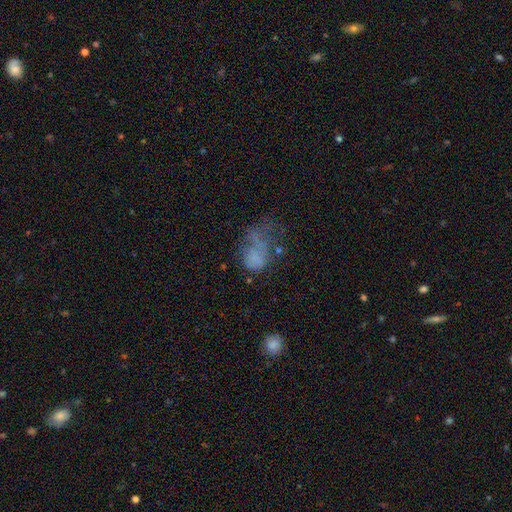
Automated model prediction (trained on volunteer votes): Smooth or featured? smooth (52%)
How rounded? in between (69%)
Merging? major disturbance (50%)